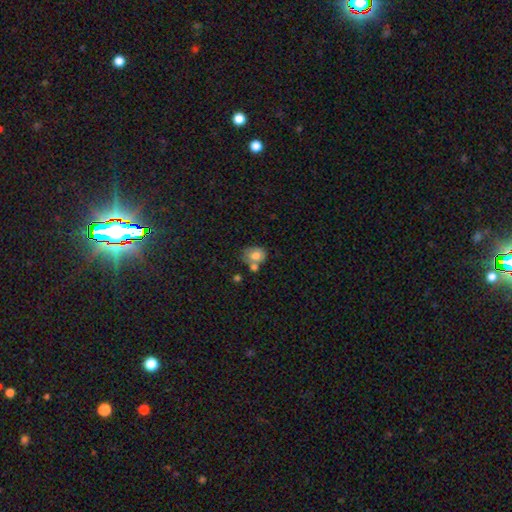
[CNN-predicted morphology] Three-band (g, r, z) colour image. It shows a smooth galaxy with no disk features (74%) that is round (51%). Merging: none (42%).